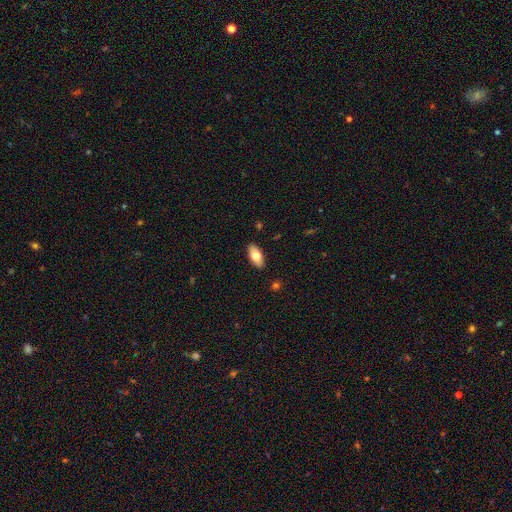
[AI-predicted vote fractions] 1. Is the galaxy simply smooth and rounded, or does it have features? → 73% smooth, 20% featured or disk, 6% star or artifact.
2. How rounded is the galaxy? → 89% in between, 9% cigar-shaped, 2% round.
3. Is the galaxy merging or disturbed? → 89% none, 8% minor disturbance, 2% major disturbance, 1% merger.